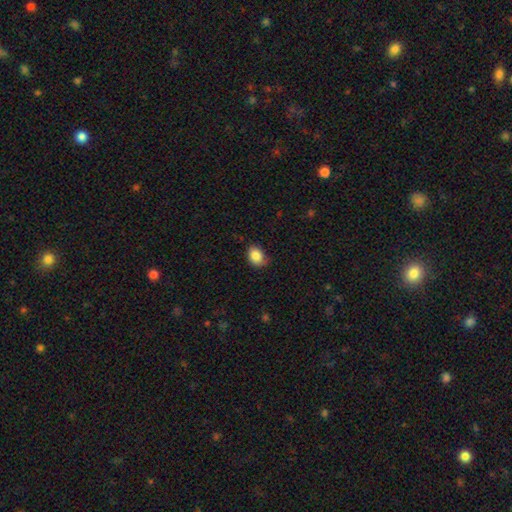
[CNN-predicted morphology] A smooth galaxy with no disk features (86%) that is in between round and cigar-shaped (63%).

Vote fractions:
- Smooth or featured? smooth: 86% / star or artifact: 8% / featured or disk: 6%
- How rounded? in between: 63% / round: 36% / cigar-shaped: 1%
- Merging? none: 65% / minor disturbance: 29% / major disturbance: 5% / merger: 1%